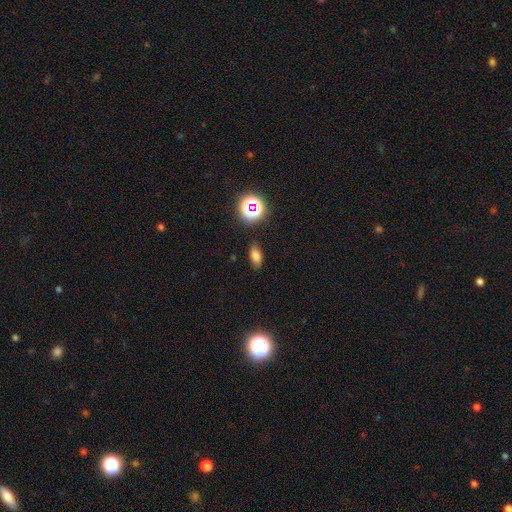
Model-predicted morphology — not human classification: The model was most divided on "smooth or featured": smooth: 75%, star or artifact: 17%, featured or disk: 8%. More confident: merging — none (85%); how rounded — in between (83%).